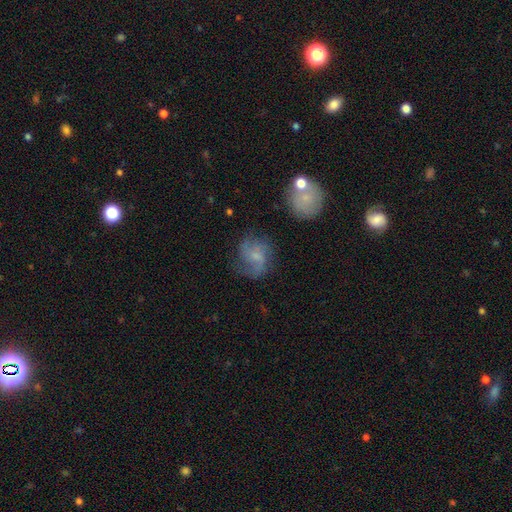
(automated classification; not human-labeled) Smooth or featured? Predicted: featured or disk (p=0.63). Edge-on disk? Predicted: no (p=0.98). Bar? Predicted: no (p=0.59). Spiral arms? Predicted: yes (p=0.89). Spiral winding? Predicted: medium (p=0.45). Spiral arm count? Predicted: 2 (p=0.37). Bulge size? Predicted: small (p=0.57). Merging? Predicted: none (p=0.61).